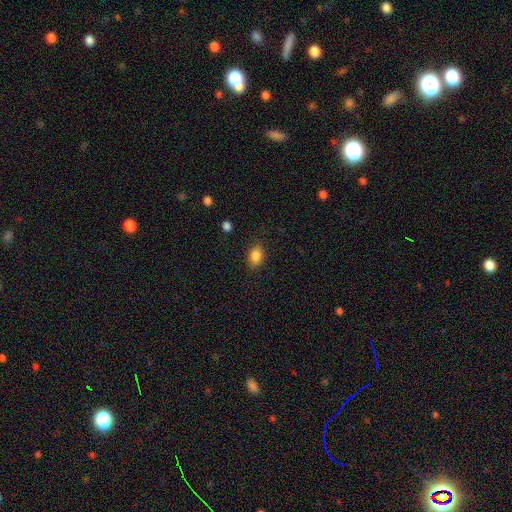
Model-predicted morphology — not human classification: Overall: smooth (85%). How rounded: in between (81%). Merging: none (84%).